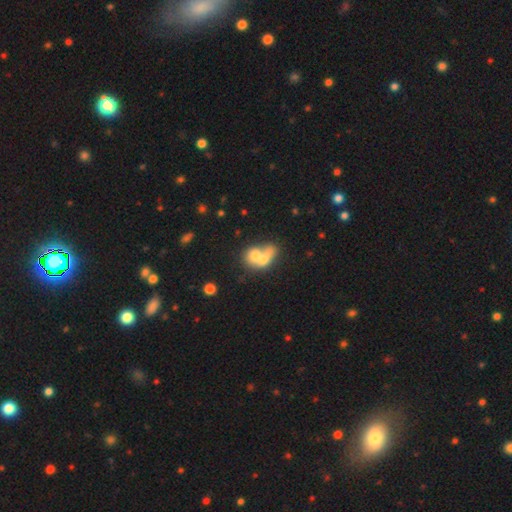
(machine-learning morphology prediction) A smooth galaxy with no disk features (66%) that is in between round and cigar-shaped (60%). Merging: merger (75%).